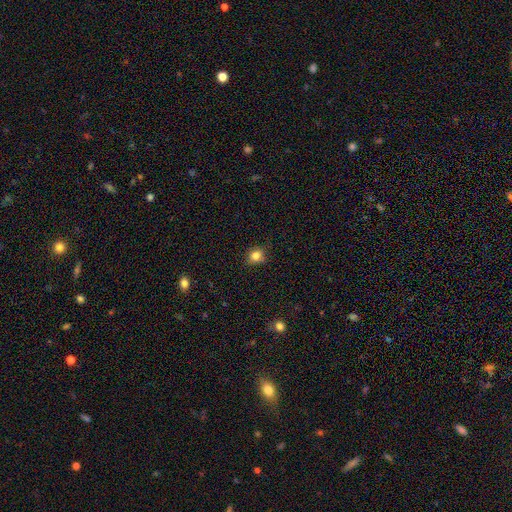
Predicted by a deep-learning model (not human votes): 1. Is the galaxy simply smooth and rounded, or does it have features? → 82% smooth, 12% star or artifact, 6% featured or disk.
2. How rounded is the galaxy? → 71% round, 28% in between, 1% cigar-shaped.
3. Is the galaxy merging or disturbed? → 77% none, 18% minor disturbance, 4% major disturbance, 2% merger.